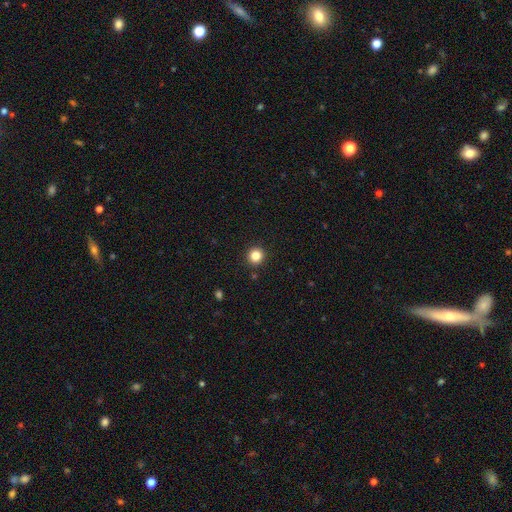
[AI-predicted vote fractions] Smooth or featured?
  - smooth: 83% *
  - star or artifact: 12%
  - featured or disk: 4%
How rounded?
  - round: 95% *
  - in between: 4%
  - cigar-shaped: 1%
Merging?
  - none: 93% *
  - minor disturbance: 5%
  - major disturbance: 2%
  - merger: 1%